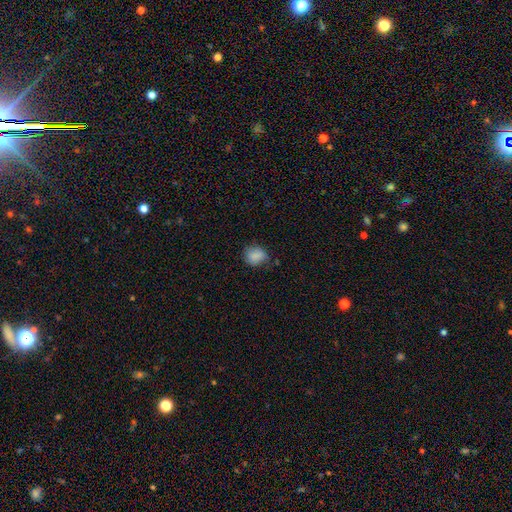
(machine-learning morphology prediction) A smooth galaxy with no disk features (84%) that is round (64%).

Vote fractions:
- Smooth or featured? smooth: 84% / star or artifact: 9% / featured or disk: 7%
- How rounded? round: 64% / in between: 35% / cigar-shaped: 1%
- Merging? none: 68% / minor disturbance: 25% / major disturbance: 5% / merger: 2%